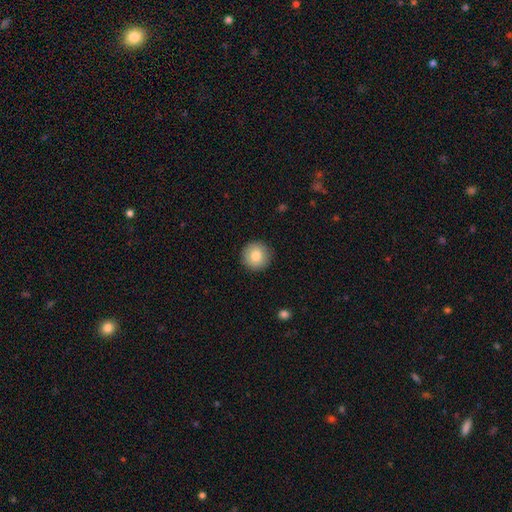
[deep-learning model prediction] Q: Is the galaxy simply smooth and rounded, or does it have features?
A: smooth — 83%.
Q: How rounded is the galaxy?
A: round — 95%.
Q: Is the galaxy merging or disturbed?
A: none — 91%.